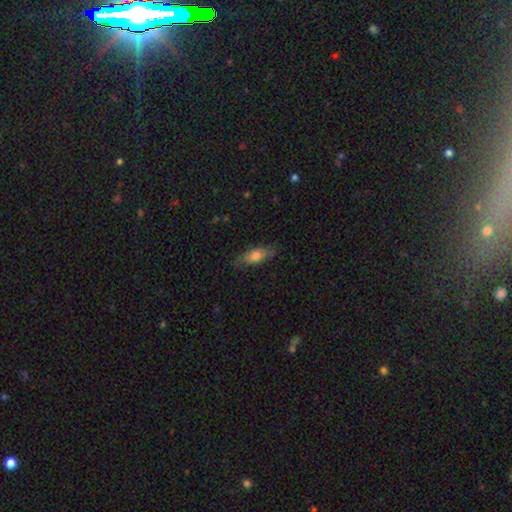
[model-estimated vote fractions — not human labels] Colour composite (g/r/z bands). It shows a smooth galaxy with no disk features (66%) that is in between round and cigar-shaped (68%). Merging: none (76%).